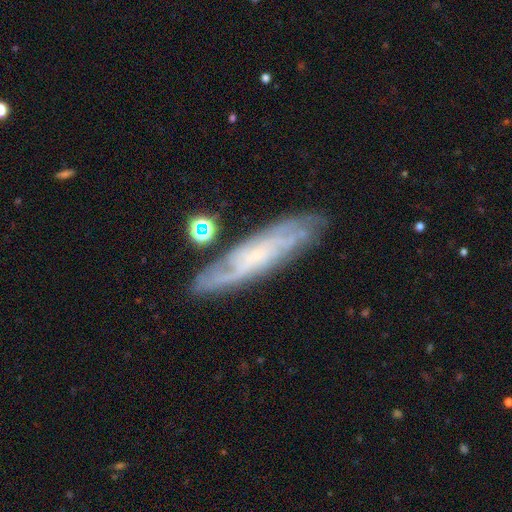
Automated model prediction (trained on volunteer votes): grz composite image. It shows a featured or disk galaxy (75%) with no bar (63%), spiral arms (91%) and a small central bulge (76%). Merging: none (76%).